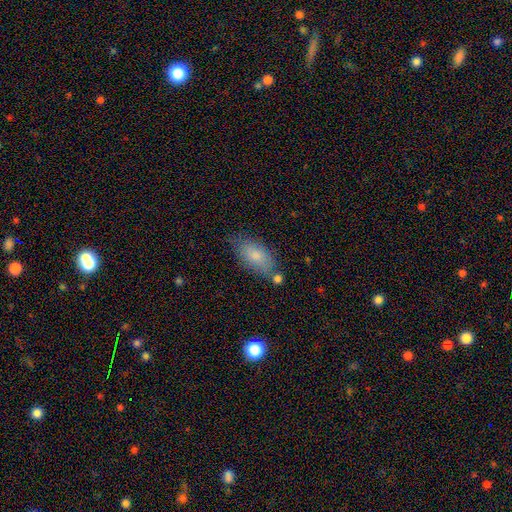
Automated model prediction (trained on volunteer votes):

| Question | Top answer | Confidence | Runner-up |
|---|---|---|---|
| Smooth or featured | smooth | 80% | featured or disk (13%) |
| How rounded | in between | 91% | cigar-shaped (5%) |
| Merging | none | 66% | minor disturbance (21%) |